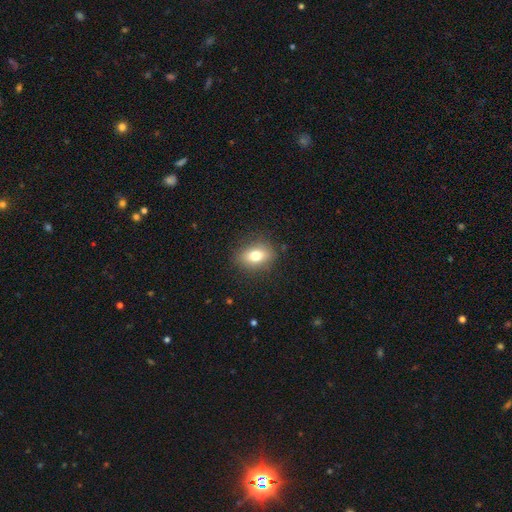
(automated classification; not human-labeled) smooth-or-featured: smooth: 76% | featured or disk: 14% | star or artifact: 10%
  how-rounded: in between: 69% | round: 29% | cigar-shaped: 2%
  merging: none: 84% | minor disturbance: 11% | major disturbance: 3% | merger: 1%